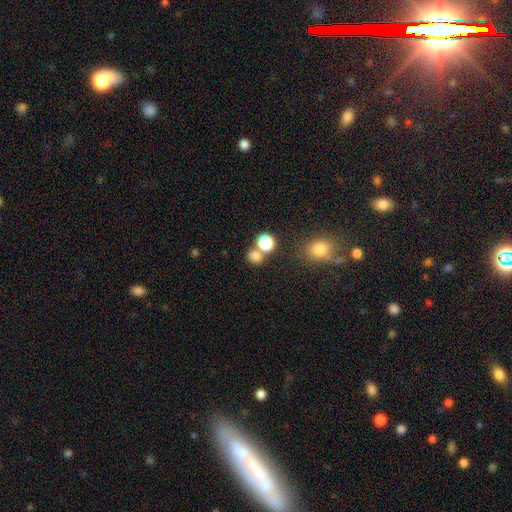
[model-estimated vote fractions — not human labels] Q: Smooth or featured?
A: smooth (75%); runner-up: star or artifact (18%)
Q: How rounded?
A: round (78%); runner-up: in between (21%)
Q: Merging?
A: none (57%); runner-up: merger (31%)